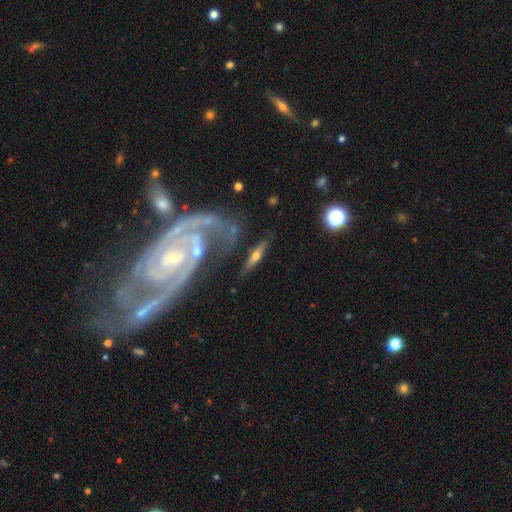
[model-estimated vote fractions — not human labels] Overall: featured or disk (63%; smooth 31%). Edge-on disk: yes (79%). Merging: none (72%).